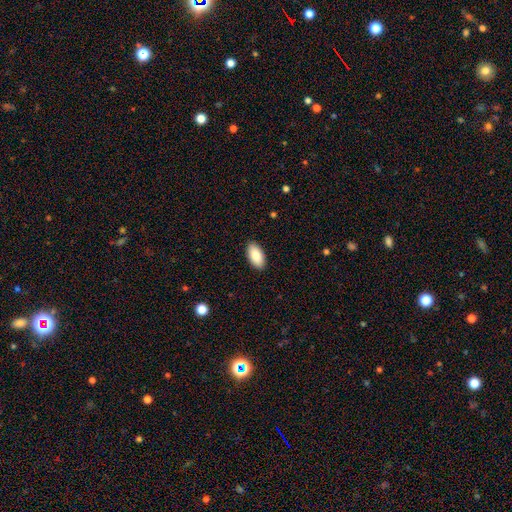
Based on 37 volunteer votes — Overall: smooth (89%). How rounded: in between (88%). Merging: none (97%).